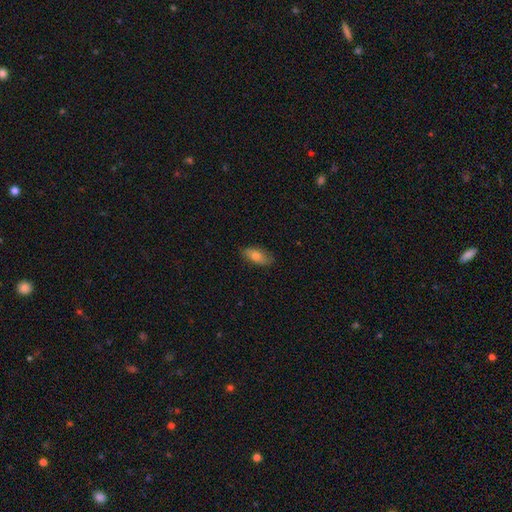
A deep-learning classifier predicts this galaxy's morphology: Smooth or featured: smooth — 71% (featured or disk — 22%)
How rounded: in between — 87% (cigar-shaped — 10%)
Merging: none — 80% (minor disturbance — 16%)